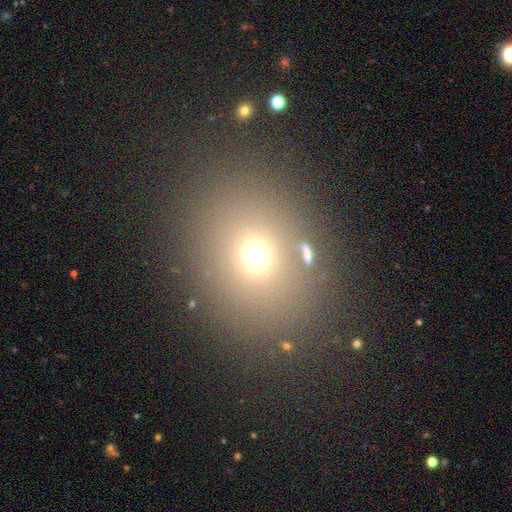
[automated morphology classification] The model was most divided on "how rounded": round: 60%, in between: 39%, cigar-shaped: 1%. More confident: merging — none (82%); smooth or featured — smooth (67%).